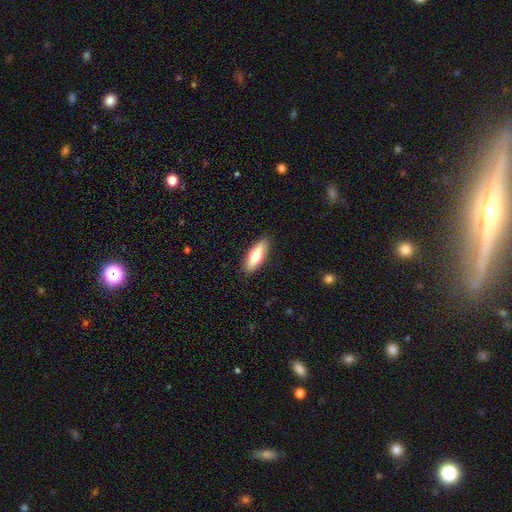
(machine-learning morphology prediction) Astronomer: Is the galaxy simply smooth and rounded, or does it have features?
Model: smooth — 71%.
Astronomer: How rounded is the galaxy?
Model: in between — 60% (runner-up: cigar-shaped, 38%).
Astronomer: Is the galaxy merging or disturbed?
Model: none — 89%.